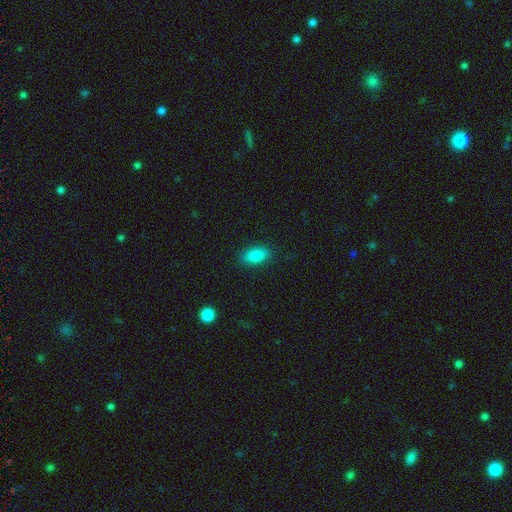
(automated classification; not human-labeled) A smooth galaxy with no disk features (84%) that is in between round and cigar-shaped (90%).

Vote fractions:
- Smooth or featured? smooth: 84% / star or artifact: 8% / featured or disk: 8%
- How rounded? in between: 90% / cigar-shaped: 5% / round: 5%
- Merging? none: 87% / minor disturbance: 9% / major disturbance: 2% / merger: 1%